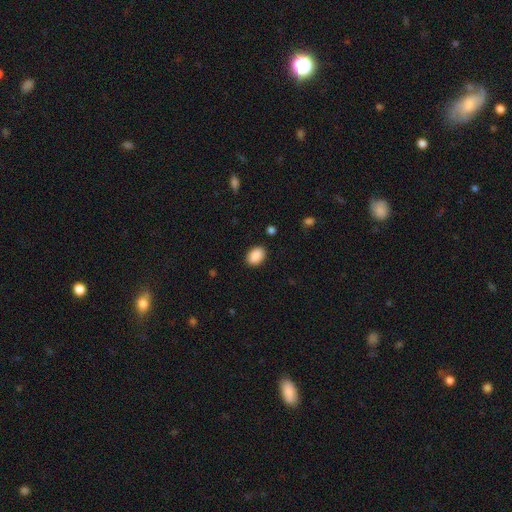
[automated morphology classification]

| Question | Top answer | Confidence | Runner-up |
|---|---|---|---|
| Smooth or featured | smooth | 90% | star or artifact (8%) |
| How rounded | in between | 78% | round (21%) |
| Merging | none | 88% | minor disturbance (8%) |